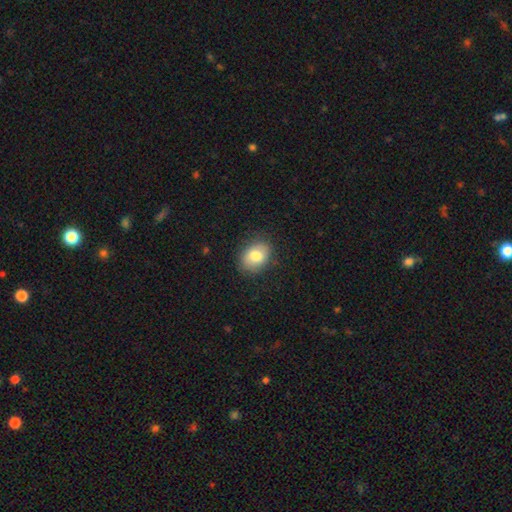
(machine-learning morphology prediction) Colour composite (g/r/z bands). It shows a smooth galaxy with no disk features (79%) that is in between round and cigar-shaped (62%). Merging: none (84%).